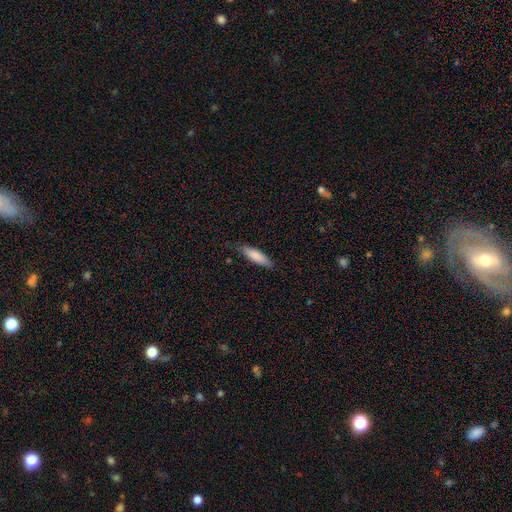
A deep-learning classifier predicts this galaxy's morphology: smooth_or_featured: smooth (p=0.82) [alt: featured or disk p=0.13]
how_rounded: cigar-shaped (p=0.69) [alt: in between p=0.30]
merging: none (p=0.78) [alt: minor disturbance p=0.17]